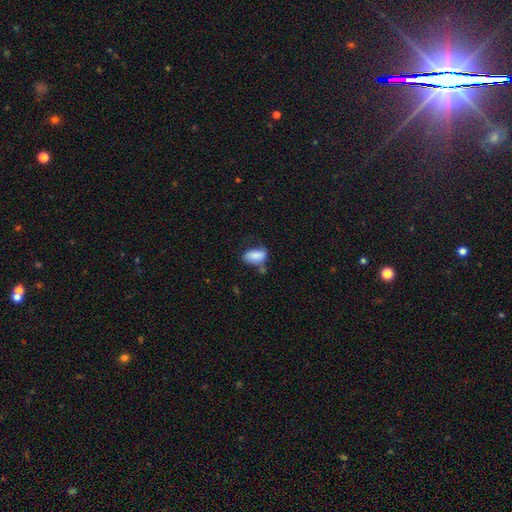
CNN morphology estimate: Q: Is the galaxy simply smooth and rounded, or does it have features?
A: smooth — 82%.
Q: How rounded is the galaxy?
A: in between — 91%.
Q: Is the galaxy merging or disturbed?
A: none — 43%.